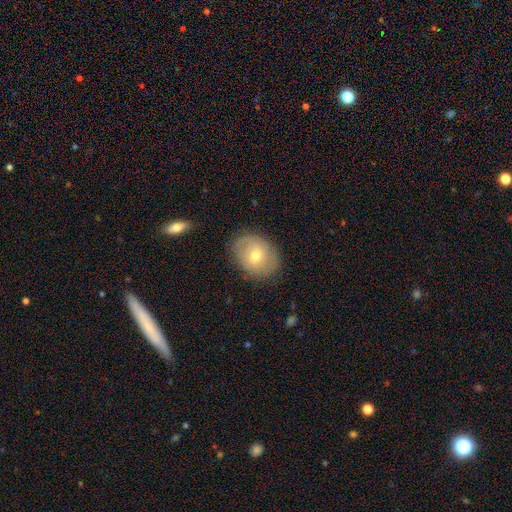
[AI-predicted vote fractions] This is possibly a smooth galaxy (48%). Merging: likely none (78%).